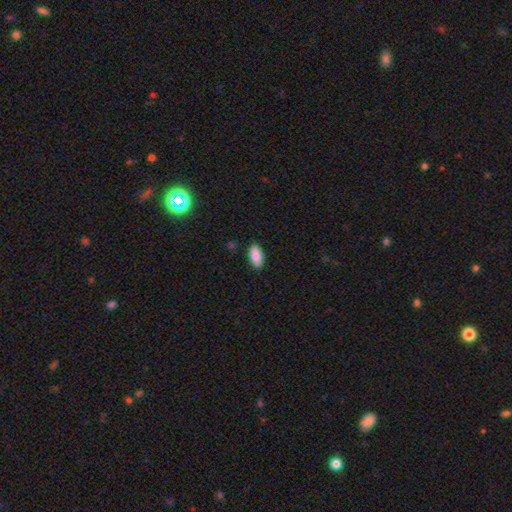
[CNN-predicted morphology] smooth 88%, star or artifact 7%, featured or disk 5%. Down the decision tree: how rounded — in between (91%); merging — none (88%).